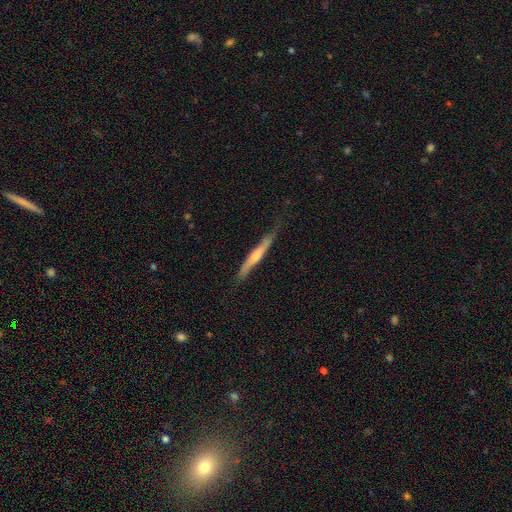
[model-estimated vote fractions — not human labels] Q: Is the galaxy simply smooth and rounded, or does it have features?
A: featured or disk — 69%.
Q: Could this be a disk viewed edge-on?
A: yes — 95%.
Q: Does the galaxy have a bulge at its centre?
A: rounded — 72%.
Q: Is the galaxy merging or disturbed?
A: none — 73%.